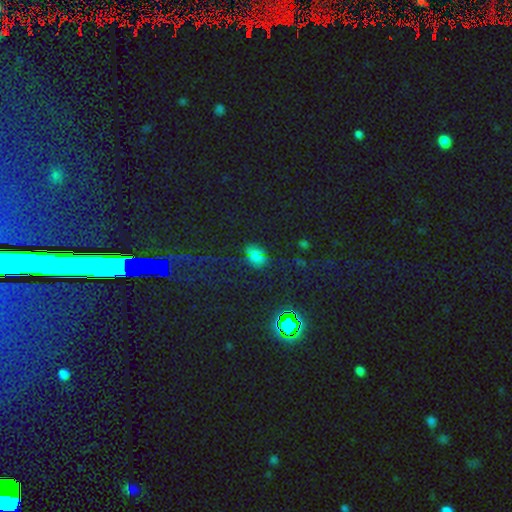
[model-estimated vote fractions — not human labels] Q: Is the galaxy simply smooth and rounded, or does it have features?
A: star or artifact — 47%.